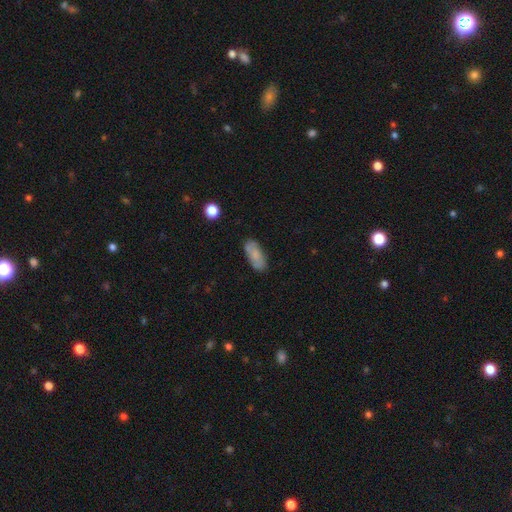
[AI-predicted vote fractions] smooth 76%, featured or disk 17%, star or artifact 7%. Down the decision tree: how rounded — in between (84%); merging — none (76%).